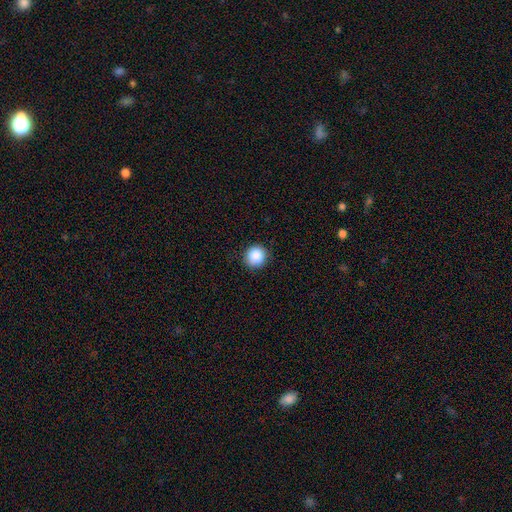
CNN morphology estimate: Smooth or featured?
  - smooth: 88% *
  - star or artifact: 9%
  - featured or disk: 3%
How rounded?
  - round: 92% *
  - in between: 7%
  - cigar-shaped: 1%
Merging?
  - none: 90% *
  - minor disturbance: 7%
  - major disturbance: 2%
  - merger: 1%